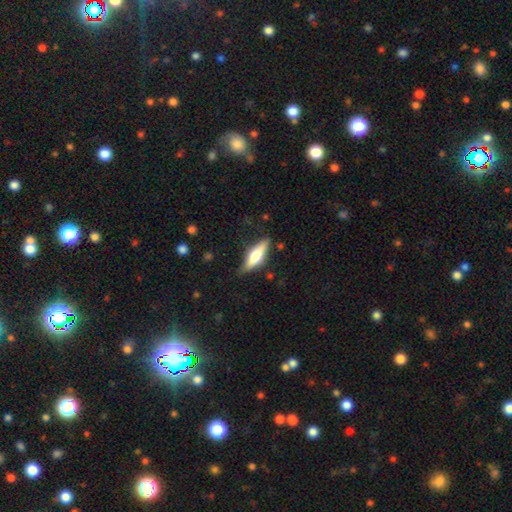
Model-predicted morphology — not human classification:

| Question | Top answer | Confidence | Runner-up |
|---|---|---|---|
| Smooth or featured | smooth | 55% | featured or disk (39%) |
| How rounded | cigar-shaped | 49% | in between (48%) |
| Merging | none | 76% | minor disturbance (18%) |